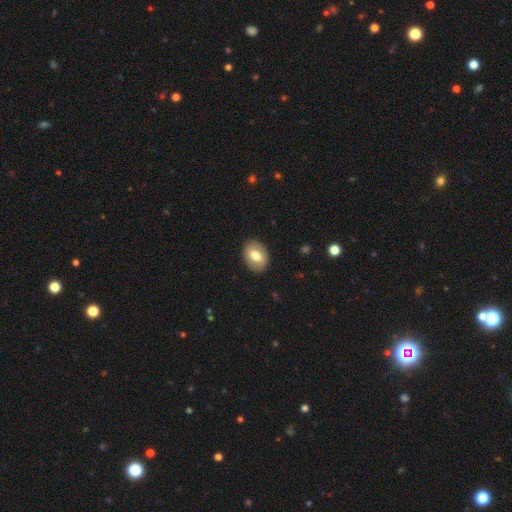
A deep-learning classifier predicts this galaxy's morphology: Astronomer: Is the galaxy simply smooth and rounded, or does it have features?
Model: smooth — 74%.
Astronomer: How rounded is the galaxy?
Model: in between — 72%.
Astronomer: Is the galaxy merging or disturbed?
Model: none — 89%.